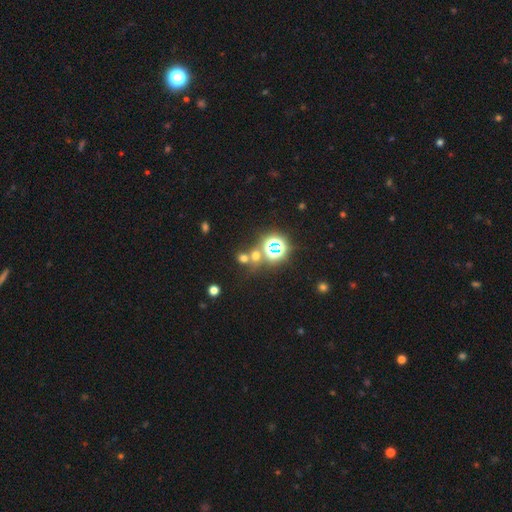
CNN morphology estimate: The model was most divided on "smooth or featured" (2-way tie): star or artifact: 46%, smooth: 46%, featured or disk: 8%.